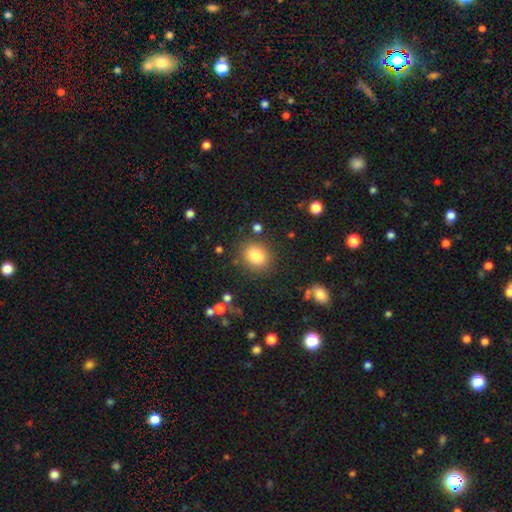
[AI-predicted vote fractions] A smooth galaxy with no disk features (84%) that is round (65%).

Vote fractions:
- Smooth or featured? smooth: 84% / star or artifact: 10% / featured or disk: 6%
- How rounded? round: 65% / in between: 34% / cigar-shaped: 1%
- Merging? none: 83% / minor disturbance: 10% / major disturbance: 4% / merger: 3%